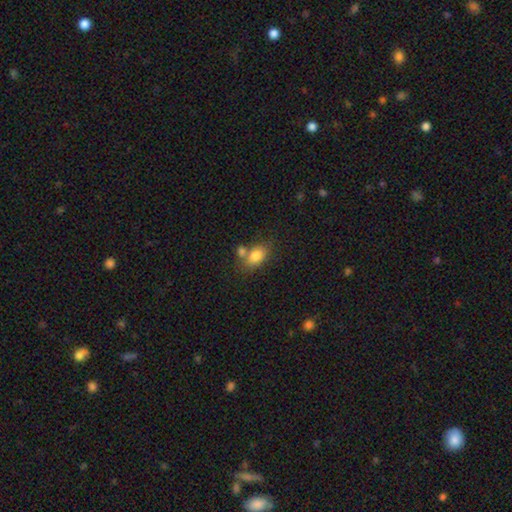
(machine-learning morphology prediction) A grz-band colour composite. It shows a smooth galaxy with no disk features (81%) that is in between round and cigar-shaped (80%). Merging: none (50%).